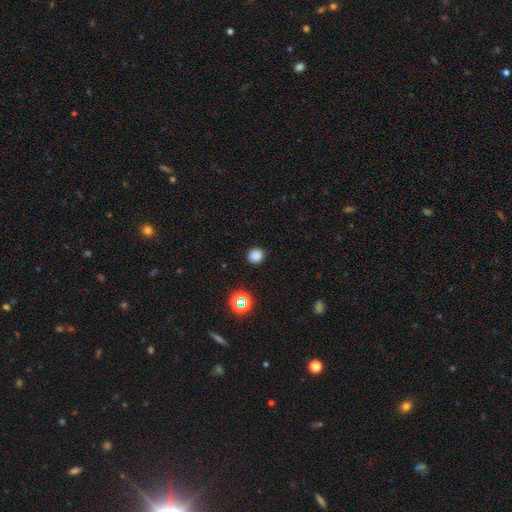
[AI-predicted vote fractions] smooth 81%, star or artifact 15%, featured or disk 4%. Down the decision tree: how rounded — round (83%); merging — none (89%).